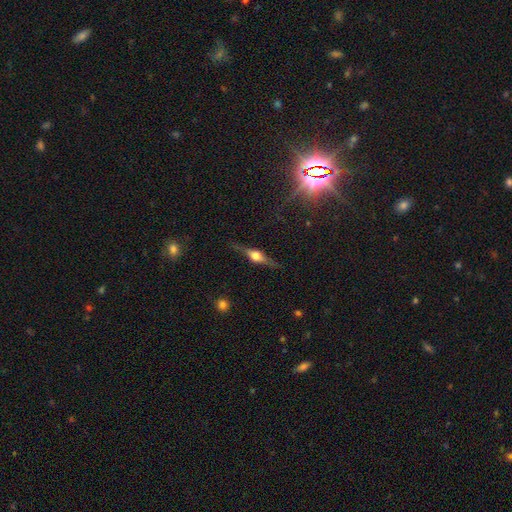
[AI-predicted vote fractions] Morphology: type=featured or disk (76%); edge-on=yes (96%); edge-on bulge=rounded (90%); merging=none (85%).